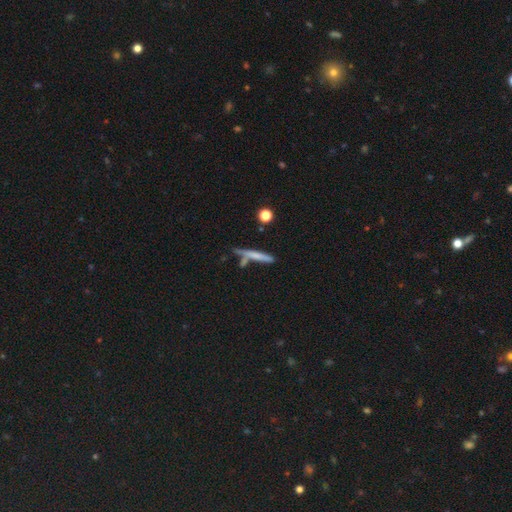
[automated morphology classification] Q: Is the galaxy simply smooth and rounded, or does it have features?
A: smooth — 59%.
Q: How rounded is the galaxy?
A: cigar-shaped — 91%.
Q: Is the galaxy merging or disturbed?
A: none — 59%.